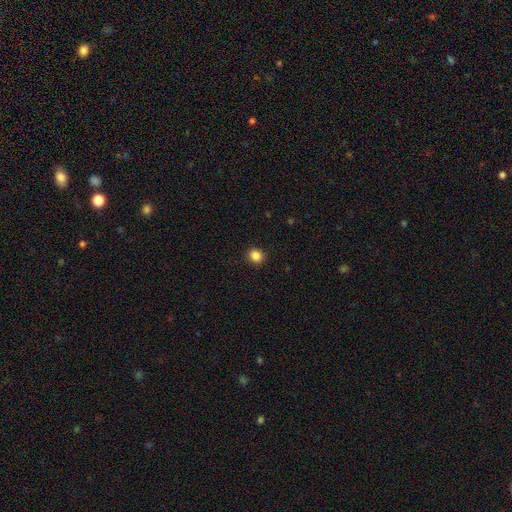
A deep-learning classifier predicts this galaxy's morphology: The model was most divided on "smooth or featured": smooth: 86%, star or artifact: 11%, featured or disk: 4%. More confident: merging — none (92%); how rounded — round (89%).